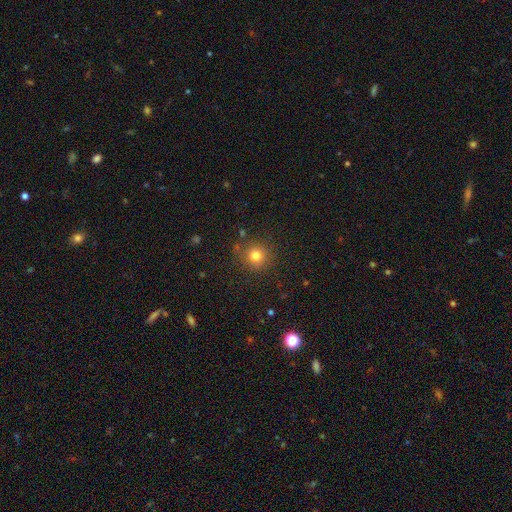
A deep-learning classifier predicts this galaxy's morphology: type=smooth (78%); roundness=round (93%); merging=none (86%).